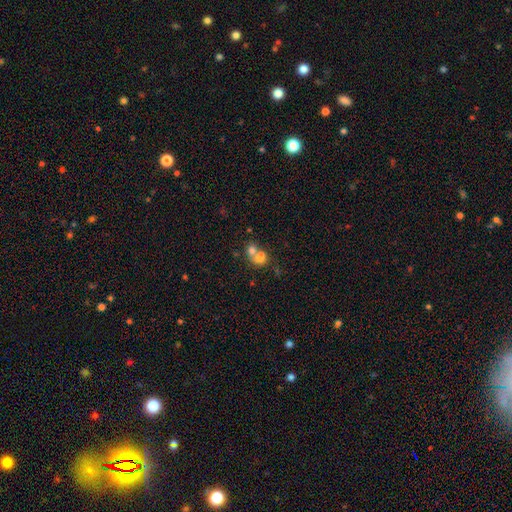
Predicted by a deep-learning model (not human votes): smooth_or_featured: smooth (p=0.68) [alt: featured or disk p=0.19]
how_rounded: round (p=0.57) [alt: in between p=0.42]
merging: merger (p=0.65) [alt: none p=0.25]